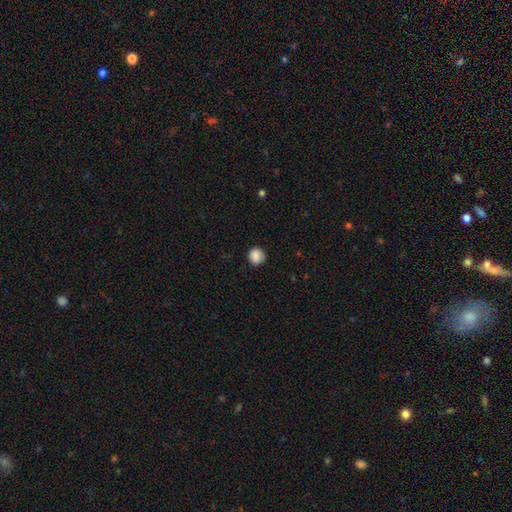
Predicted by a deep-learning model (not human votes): smooth_or_featured: smooth (p=0.87) [alt: star or artifact p=0.09]
how_rounded: round (p=0.89) [alt: in between p=0.10]
merging: none (p=0.83) [alt: minor disturbance p=0.13]